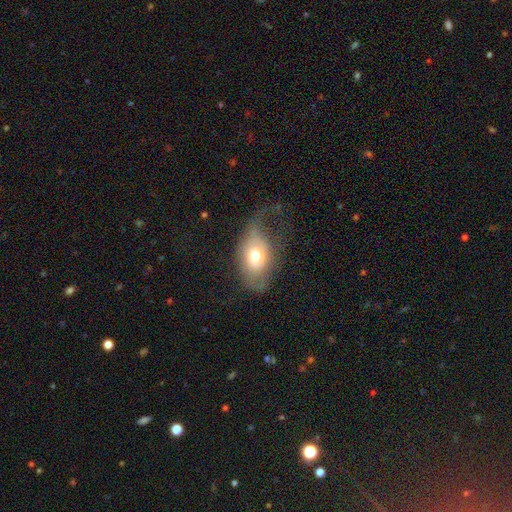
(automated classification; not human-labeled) Smooth or featured: smooth — 63% (featured or disk — 29%)
How rounded: in between — 82% (round — 16%)
Merging: major disturbance — 41% (none — 30%)